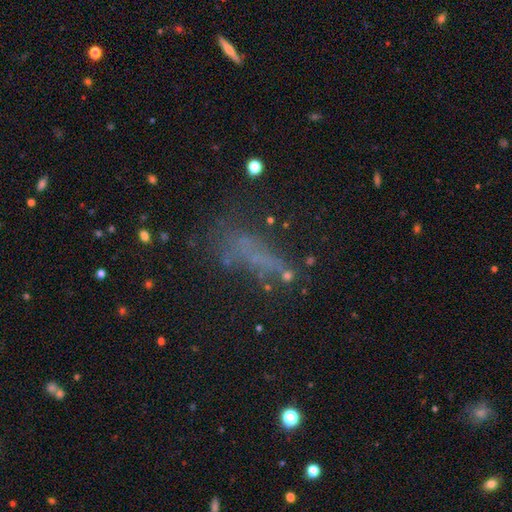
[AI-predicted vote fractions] Overall: smooth (38%; star or artifact 31%). Merging: none (47%; major disturbance 26%).